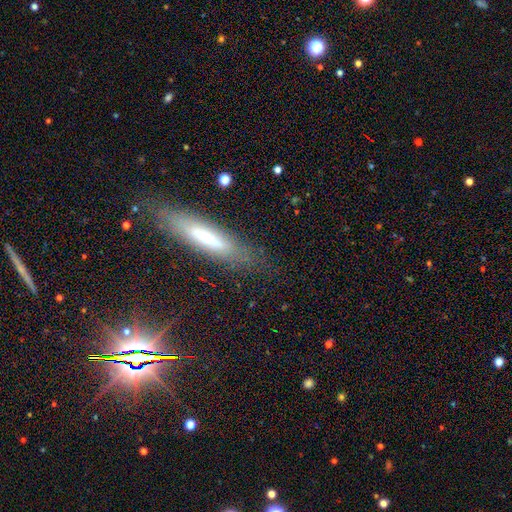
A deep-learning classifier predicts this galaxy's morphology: Overall: featured or disk (44%; smooth 36%). Merging: none (83%).